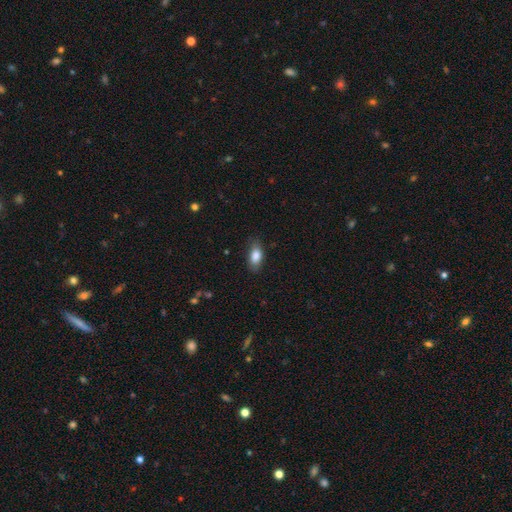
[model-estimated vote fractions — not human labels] Morphology: type=smooth (85%); roundness=in between (88%); merging=none (81%).